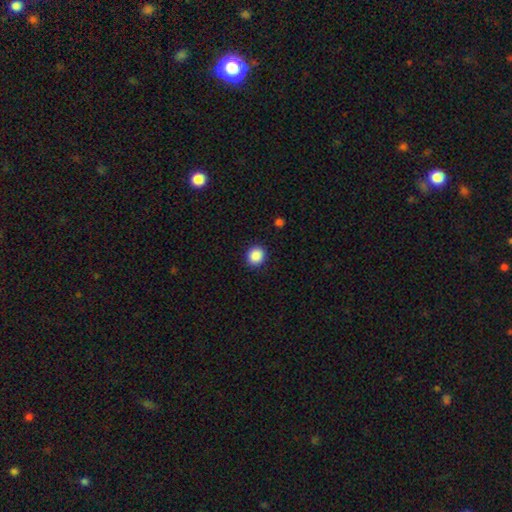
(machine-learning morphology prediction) Overall: smooth (88%). How rounded: round (86%). Merging: none (91%).